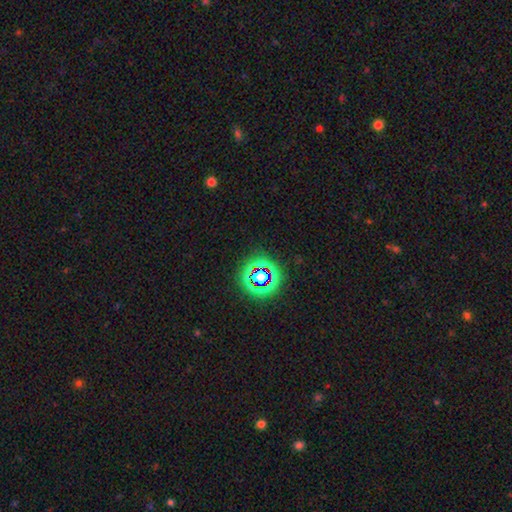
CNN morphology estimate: Smooth or featured?
  - star or artifact: 63% *
  - smooth: 26%
  - featured or disk: 11%